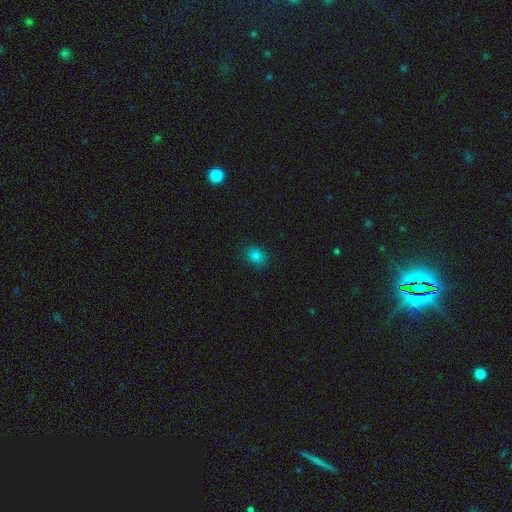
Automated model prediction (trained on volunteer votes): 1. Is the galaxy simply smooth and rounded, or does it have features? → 81% smooth, 14% star or artifact, 5% featured or disk.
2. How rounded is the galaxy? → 50% round, 49% in between, 1% cigar-shaped.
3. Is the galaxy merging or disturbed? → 86% none, 11% minor disturbance, 2% major disturbance, 1% merger.